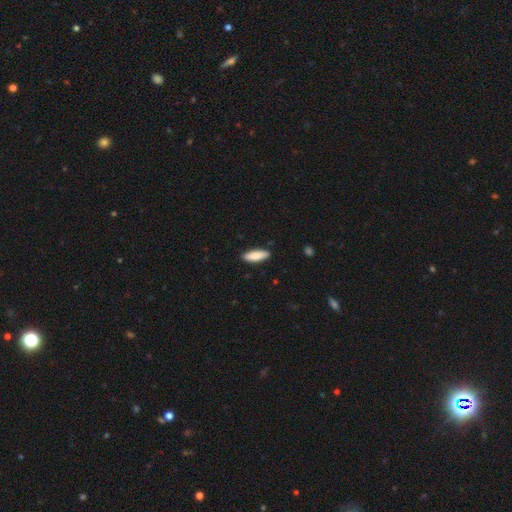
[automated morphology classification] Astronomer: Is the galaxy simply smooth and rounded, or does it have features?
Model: smooth — 85%.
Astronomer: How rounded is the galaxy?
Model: in between — 55% (runner-up: cigar-shaped, 44%).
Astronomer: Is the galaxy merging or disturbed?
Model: none — 88%.